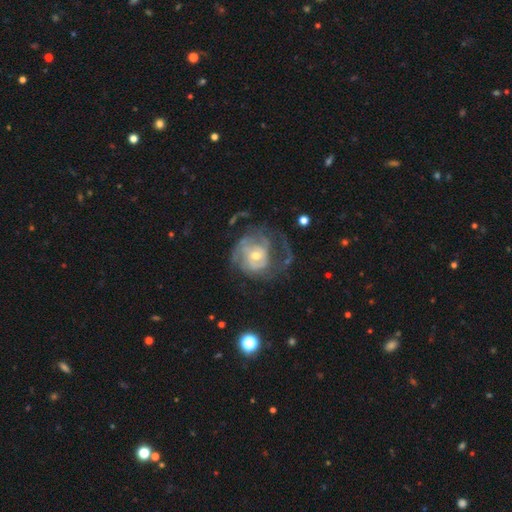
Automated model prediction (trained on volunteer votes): smooth_or_featured: featured or disk (p=0.80) [alt: smooth p=0.13]
disk_edge_on: no (p=0.97) [alt: yes p=0.03]
bar: no (p=0.70) [alt: weak p=0.24]
has_spiral_arms: yes (p=0.85) [alt: no p=0.15]
spiral_winding: tight (p=0.49) [alt: medium p=0.33]
spiral_arm_count: can't tell (p=0.40) [alt: 2 p=0.22]
bulge_size: moderate (p=0.53) [alt: small p=0.41]
merging: none (p=0.46) [alt: major disturbance p=0.33]